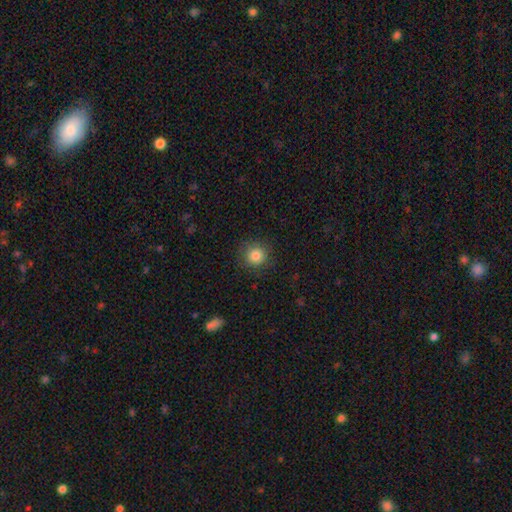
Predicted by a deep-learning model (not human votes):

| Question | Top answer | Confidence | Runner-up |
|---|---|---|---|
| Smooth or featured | smooth | 84% | star or artifact (10%) |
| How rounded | round | 90% | in between (9%) |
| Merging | none | 86% | minor disturbance (10%) |